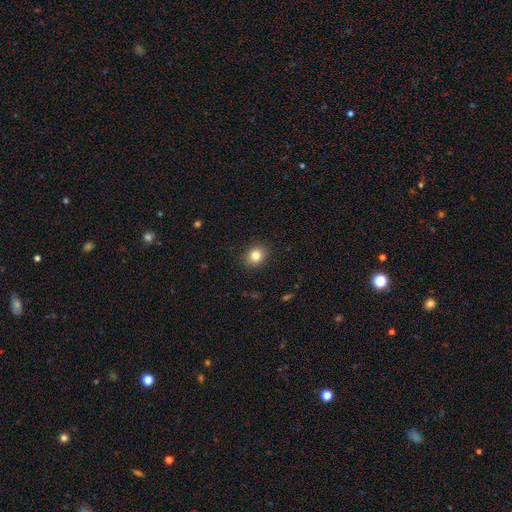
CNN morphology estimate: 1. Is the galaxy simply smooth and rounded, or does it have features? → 83% smooth, 11% star or artifact, 6% featured or disk.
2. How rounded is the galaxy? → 73% round, 26% in between, 1% cigar-shaped.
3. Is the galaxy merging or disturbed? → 90% none, 7% minor disturbance, 2% major disturbance, 1% merger.